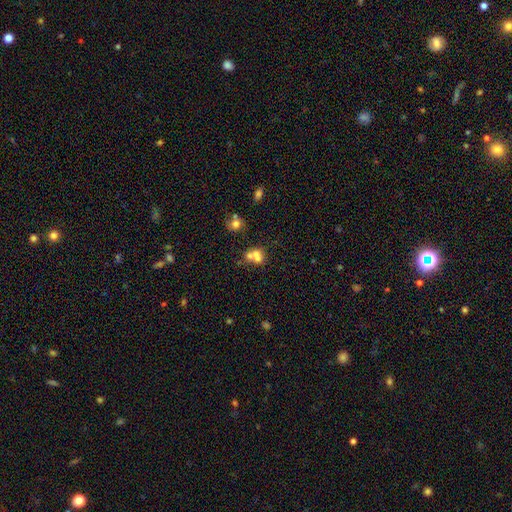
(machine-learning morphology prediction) The model was most divided on "how rounded": round: 55%, in between: 43%, cigar-shaped: 2%. More confident: smooth or featured — smooth (64%); merging — merger (60%).